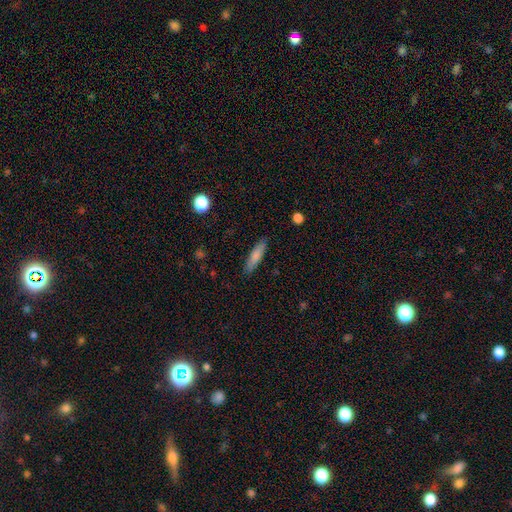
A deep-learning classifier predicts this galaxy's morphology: A smooth galaxy with no disk features (76%) that is cigar-shaped (76%).

Vote fractions:
- Smooth or featured? smooth: 76% / featured or disk: 17% / star or artifact: 7%
- How rounded? cigar-shaped: 76% / in between: 22% / round: 2%
- Merging? none: 87% / minor disturbance: 10% / major disturbance: 2% / merger: 1%